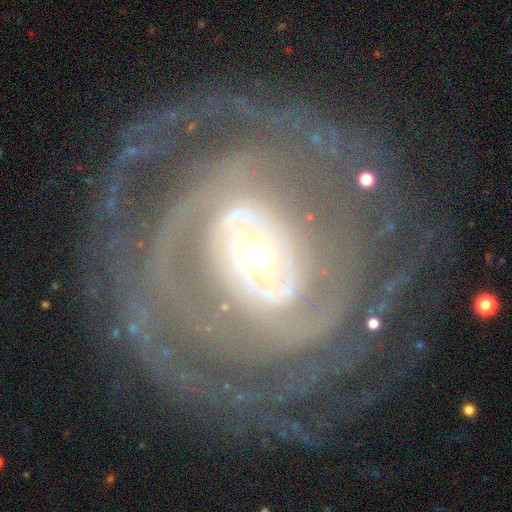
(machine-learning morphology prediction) smooth_or_featured: featured or disk (p=0.87) [alt: smooth p=0.08]
disk_edge_on: no (p=0.96) [alt: yes p=0.04]
bar: no (p=0.57) [alt: weak p=0.24]
has_spiral_arms: yes (p=0.88) [alt: no p=0.12]
spiral_winding: tight (p=0.67) [alt: medium p=0.23]
spiral_arm_count: can't tell (p=0.33) [alt: 2 p=0.25]
bulge_size: moderate (p=0.47) [alt: small p=0.38]
merging: none (p=0.72) [alt: minor disturbance p=0.13]